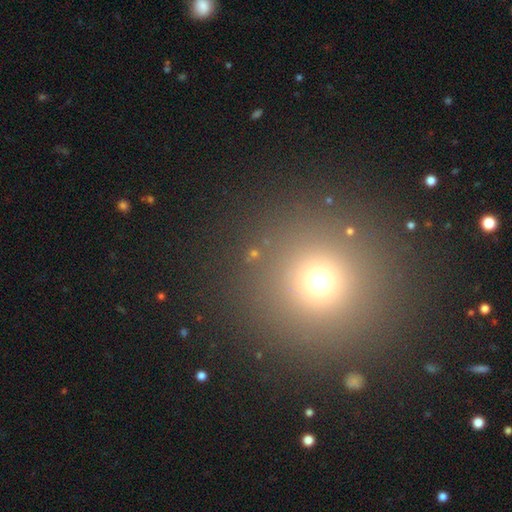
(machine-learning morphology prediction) smooth_or_featured: smooth (p=0.62) [alt: star or artifact p=0.30]
how_rounded: round (p=0.94) [alt: in between p=0.05]
merging: none (p=0.86) [alt: minor disturbance p=0.06]